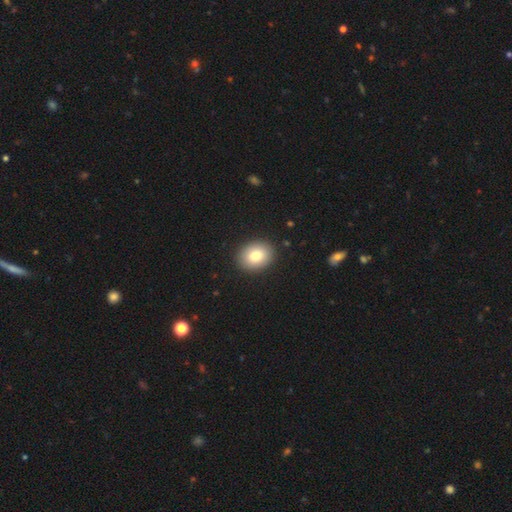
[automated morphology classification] smooth 83%, featured or disk 9%, star or artifact 8%. Down the decision tree: how rounded — in between (58%); merging — none (90%).